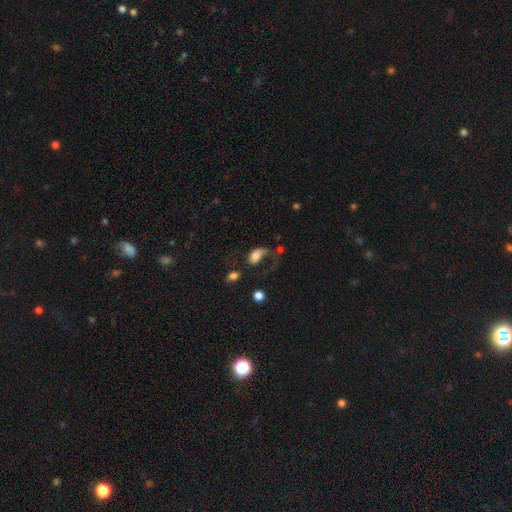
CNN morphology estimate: Smooth or featured?
  - smooth: 58% *
  - featured or disk: 33%
  - star or artifact: 10%
How rounded?
  - in between: 84% *
  - round: 13%
  - cigar-shaped: 3%
Merging?
  - major disturbance: 52% *
  - none: 22%
  - minor disturbance: 16%
  - merger: 10%